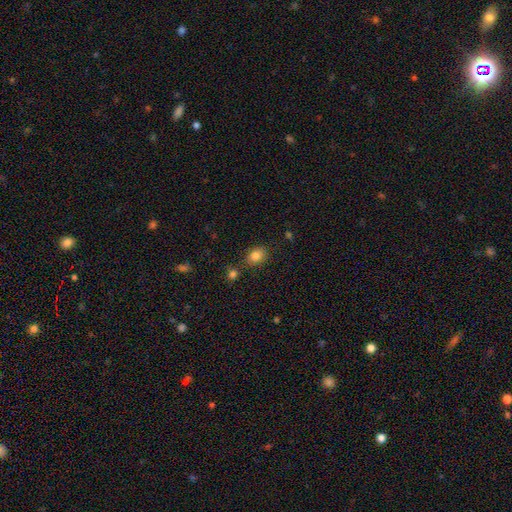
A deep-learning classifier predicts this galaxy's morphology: This is clearly a smooth galaxy (84%). How rounded: likely in between (67%). Merging: likely none (77%).